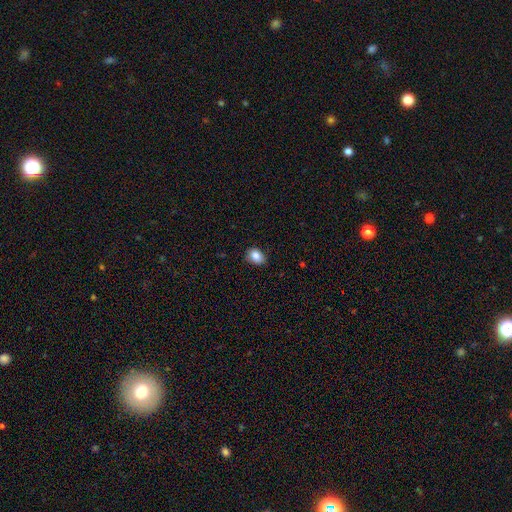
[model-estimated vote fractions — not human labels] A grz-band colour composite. It shows a smooth galaxy with no disk features (85%) that is in between round and cigar-shaped (73%). Merging: none (81%).